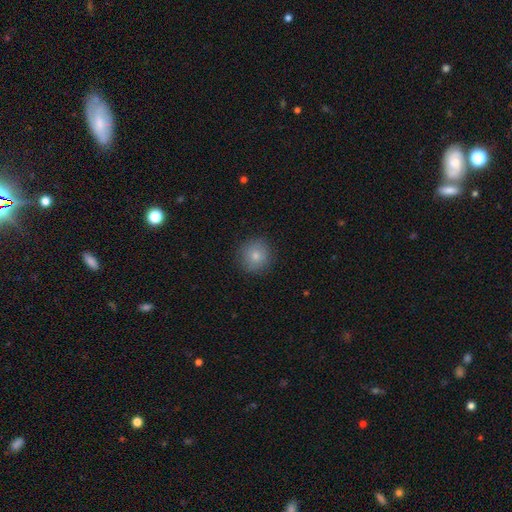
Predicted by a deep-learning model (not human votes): smooth 81%, star or artifact 10%, featured or disk 9%. Down the decision tree: how rounded — round (93%); merging — none (88%).